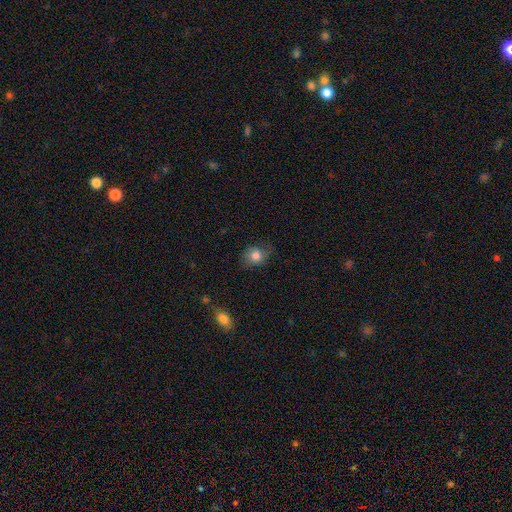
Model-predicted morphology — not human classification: This appears to be a smooth galaxy with no disk features (78%) that is round (61%). Merging: none (66%).